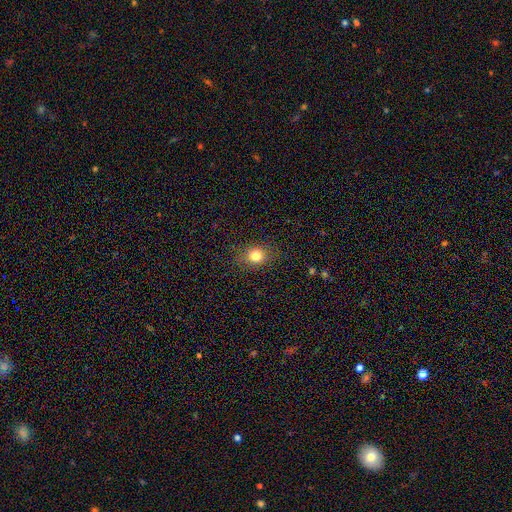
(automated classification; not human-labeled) Smooth or featured? Predicted: smooth (p=0.81). How rounded? Predicted: round (p=0.63). Merging? Predicted: none (p=0.86).